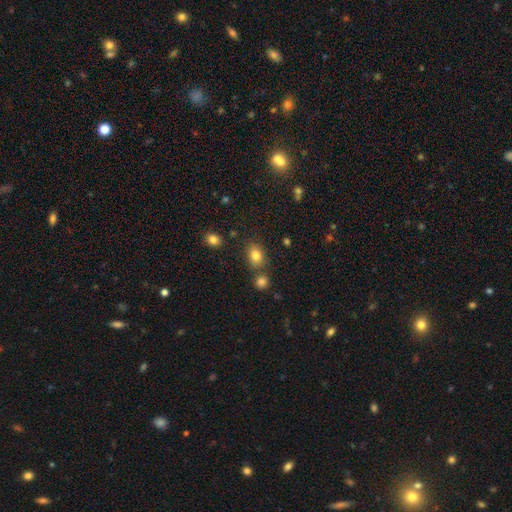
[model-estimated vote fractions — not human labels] This is clearly a smooth galaxy (82%). How rounded: likely in between (62%). Merging: likely none (71%).